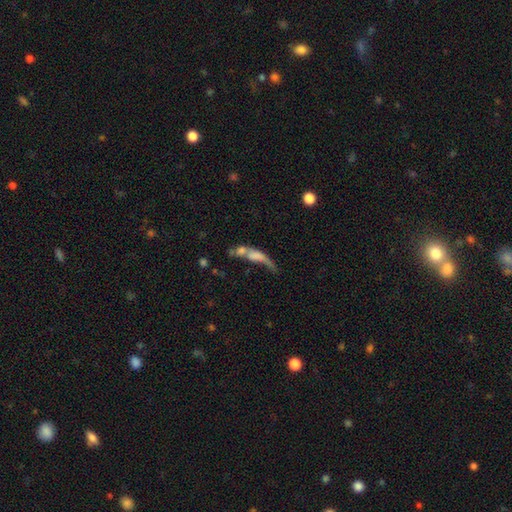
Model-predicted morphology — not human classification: This appears to be a smooth galaxy with no disk features (49%). Merging: merger (50%).